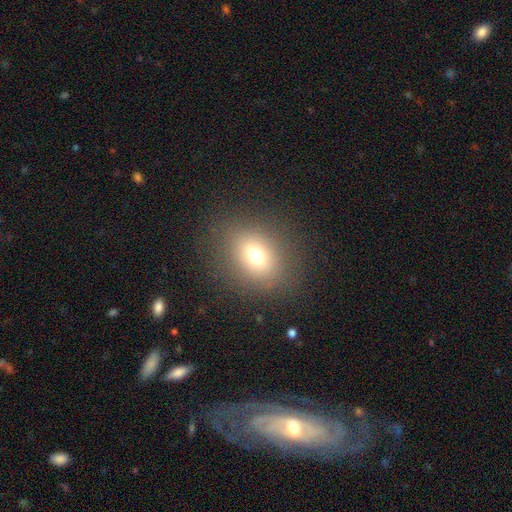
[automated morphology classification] type=smooth (69%); roundness=round (57%); merging=none (84%).